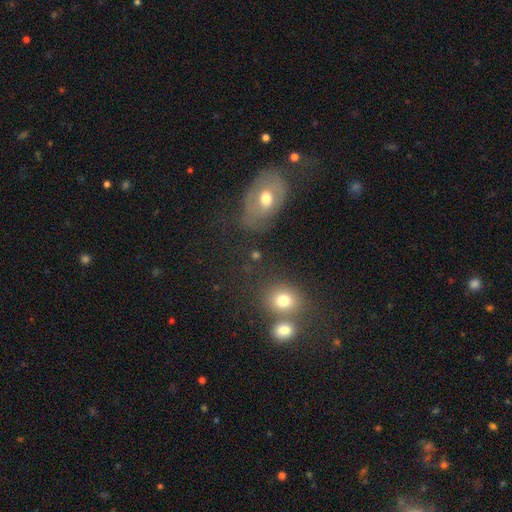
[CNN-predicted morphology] Smooth or featured?
  - smooth: 64% *
  - featured or disk: 20%
  - star or artifact: 16%
How rounded?
  - round: 50% *
  - in between: 48%
  - cigar-shaped: 2%
Merging?
  - none: 58% *
  - minor disturbance: 16%
  - merger: 16%
  - major disturbance: 9%